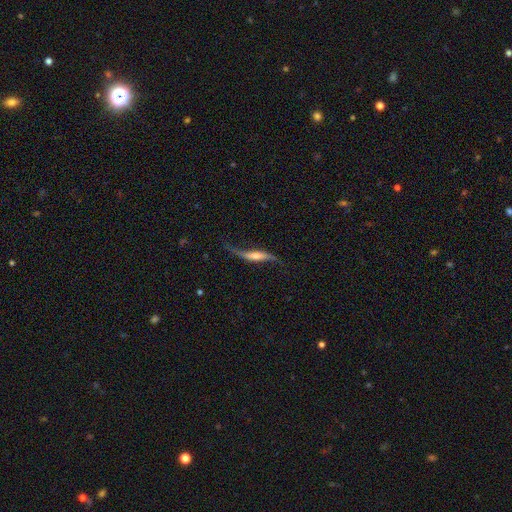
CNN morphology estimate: The model was most divided on "edge-on disk": no: 58%, yes: 42%. More confident: smooth or featured — featured or disk (76%); merging — none (58%).